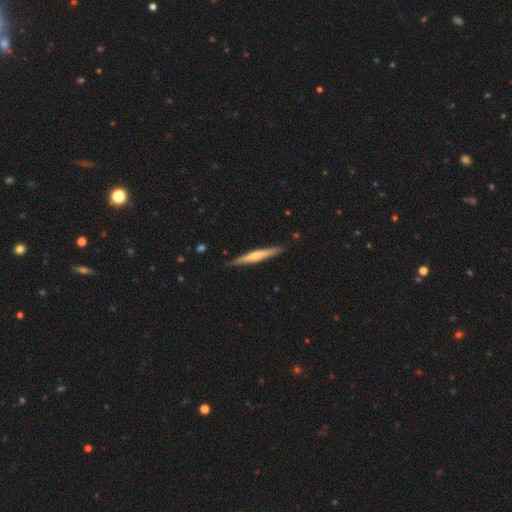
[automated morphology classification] Smooth or featured? Predicted: featured or disk (p=0.57). Edge-on disk? Predicted: yes (p=0.97). Edge-on bulge? Predicted: rounded (p=0.70). Merging? Predicted: none (p=0.88).